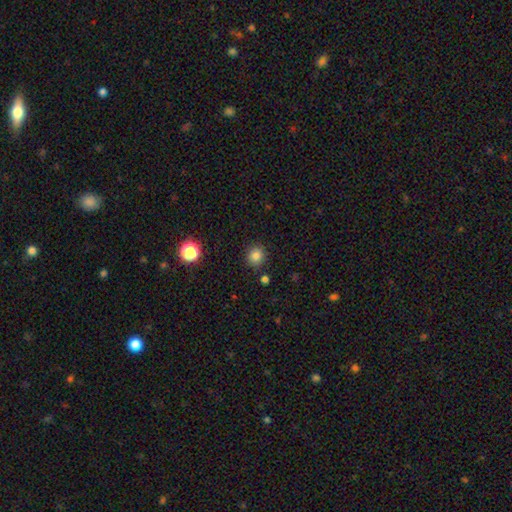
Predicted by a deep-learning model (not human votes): Smooth or featured? Predicted: smooth (p=0.83). How rounded? Predicted: round (p=0.88). Merging? Predicted: none (p=0.87).